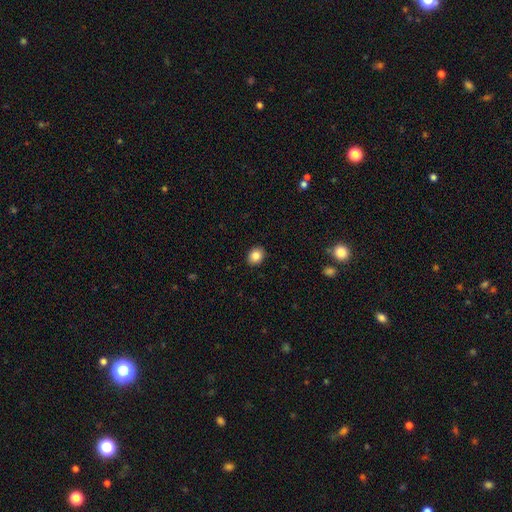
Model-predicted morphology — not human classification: The model was most divided on "how rounded": round: 51%, in between: 49%, cigar-shaped: 1%. More confident: merging — none (90%); smooth or featured — smooth (85%).